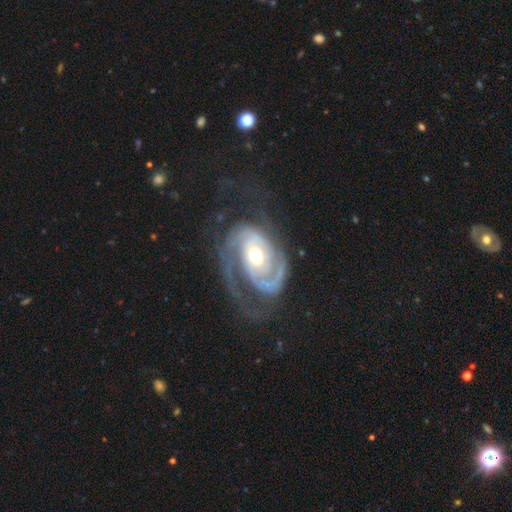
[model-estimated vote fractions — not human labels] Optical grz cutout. It shows a featured or disk galaxy (90%) with no bar (66%), 2 (49%) tight (56%) spiral arms (96%) and a moderate central bulge (73%). Merging: none (54%).